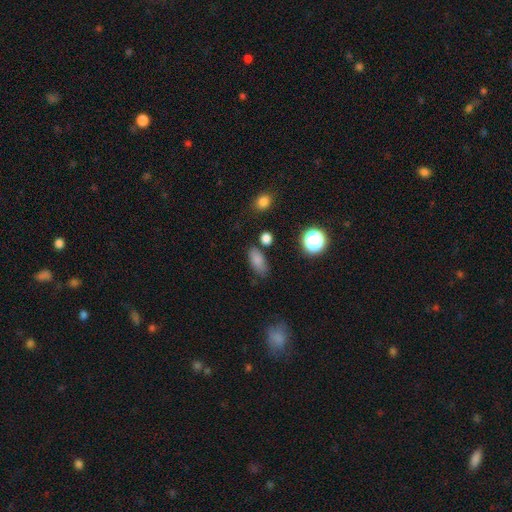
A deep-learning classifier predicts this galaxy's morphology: Smooth or featured? smooth (79%)
How rounded? in between (83%)
Merging? none (75%)